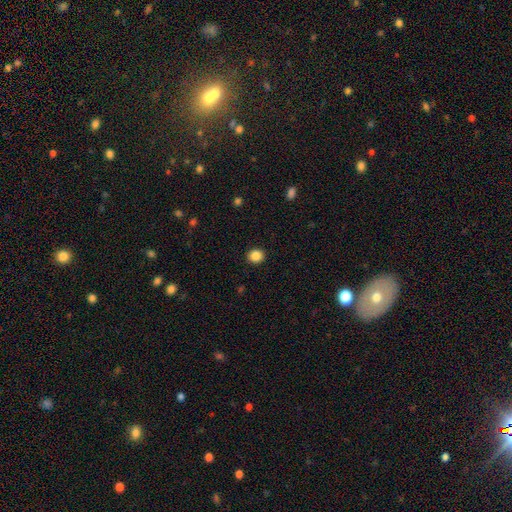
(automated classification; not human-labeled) A smooth galaxy with no disk features (86%) that is round (81%).

Vote fractions:
- Smooth or featured? smooth: 86% / star or artifact: 10% / featured or disk: 4%
- How rounded? round: 81% / in between: 18% / cigar-shaped: 1%
- Merging? none: 91% / minor disturbance: 6% / major disturbance: 2% / merger: 1%